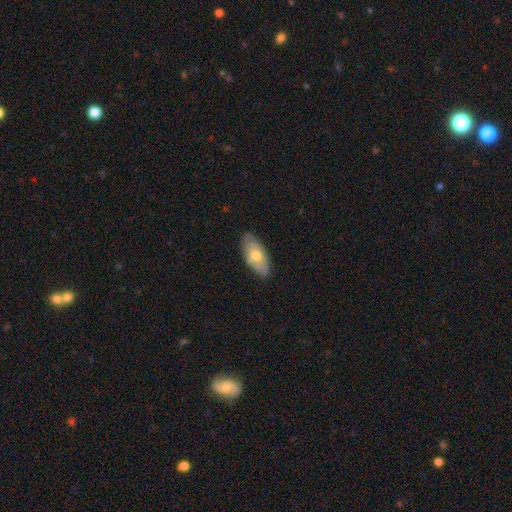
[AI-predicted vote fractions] Overall: smooth (61%; featured or disk 33%). How rounded: in between (89%). Merging: none (76%).